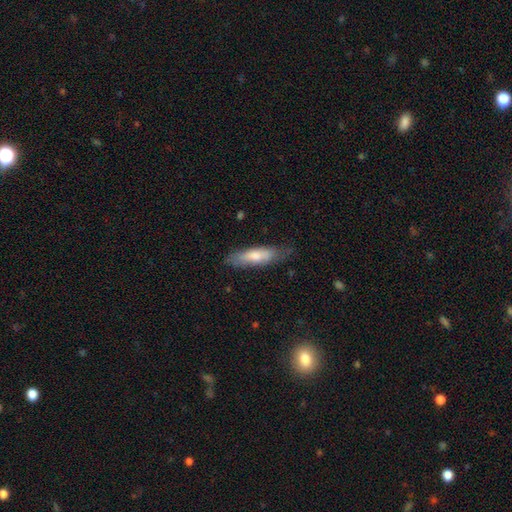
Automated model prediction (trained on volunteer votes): The model was most divided on "how rounded": cigar-shaped: 59%, in between: 39%, round: 2%. More confident: smooth or featured — smooth (70%); merging — none (70%).